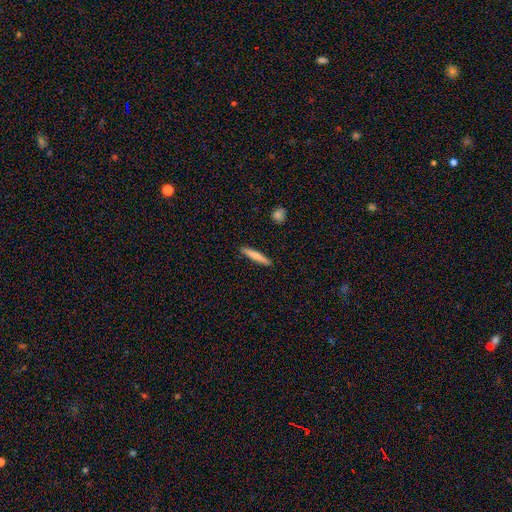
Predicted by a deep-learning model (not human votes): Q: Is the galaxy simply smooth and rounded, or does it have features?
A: smooth — 74%.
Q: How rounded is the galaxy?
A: cigar-shaped — 94%.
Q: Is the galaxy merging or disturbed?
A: none — 91%.